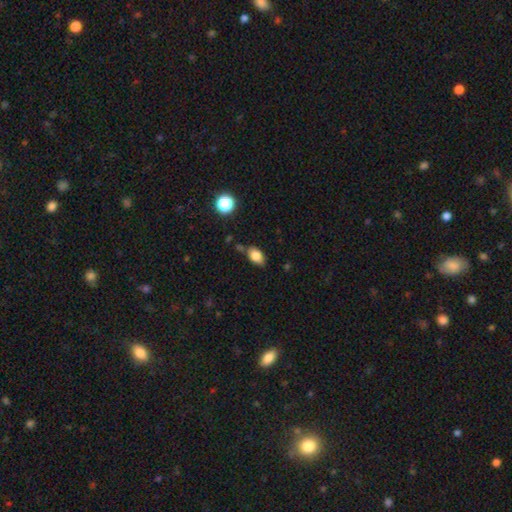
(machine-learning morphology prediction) Q: Smooth or featured?
A: smooth (81%); runner-up: featured or disk (9%)
Q: How rounded?
A: in between (87%); runner-up: round (10%)
Q: Merging?
A: none (73%); runner-up: minor disturbance (18%)